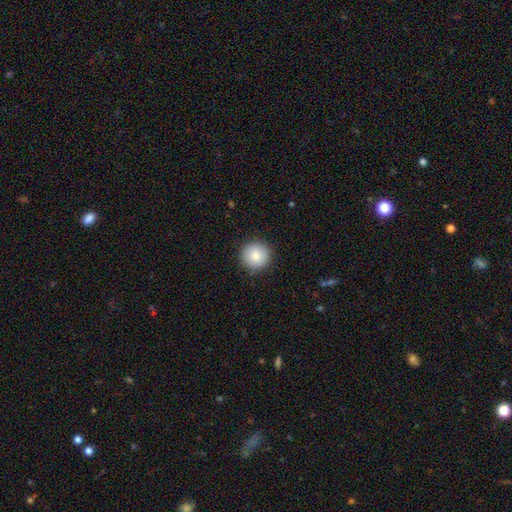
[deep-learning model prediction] A smooth galaxy with no disk features (83%) that is round (96%). Merging: none (90%).